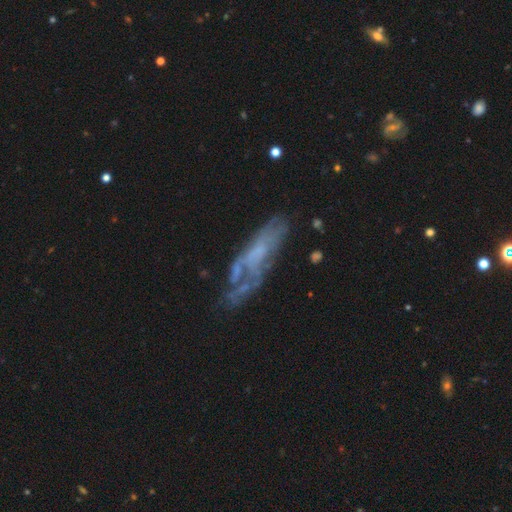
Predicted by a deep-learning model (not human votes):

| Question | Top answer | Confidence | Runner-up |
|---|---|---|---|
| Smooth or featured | featured or disk | 62% | smooth (27%) |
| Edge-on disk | no | 76% | yes (24%) |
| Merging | none | 49% | minor disturbance (24%) |